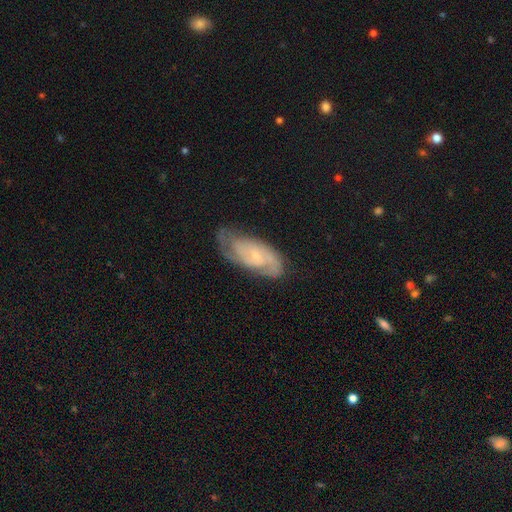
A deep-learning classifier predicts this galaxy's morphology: Q: Smooth or featured?
A: featured or disk (78%); runner-up: smooth (15%)
Q: Edge-on disk?
A: no (94%); runner-up: yes (6%)
Q: Bar?
A: no (57%); runner-up: weak (36%)
Q: Spiral arms?
A: yes (94%); runner-up: no (6%)
Q: Spiral winding?
A: tight (51%); runner-up: medium (39%)
Q: Spiral arm count?
A: 2 (59%); runner-up: can't tell (22%)
Q: Bulge size?
A: small (73%); runner-up: moderate (18%)
Q: Merging?
A: none (69%); runner-up: minor disturbance (22%)